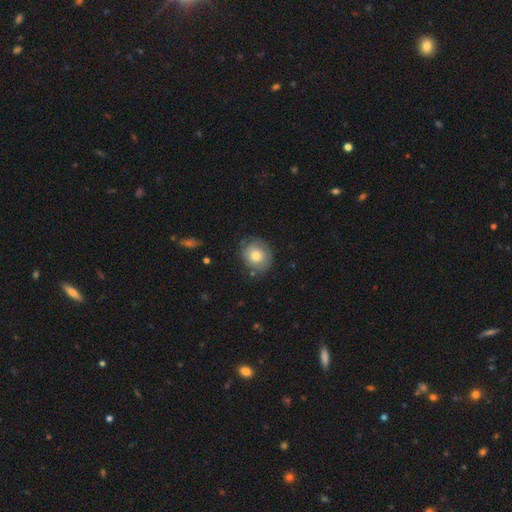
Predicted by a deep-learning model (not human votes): Smooth or featured: smooth — 74% (featured or disk — 18%)
How rounded: round — 83% (in between — 16%)
Merging: none — 75% (minor disturbance — 18%)